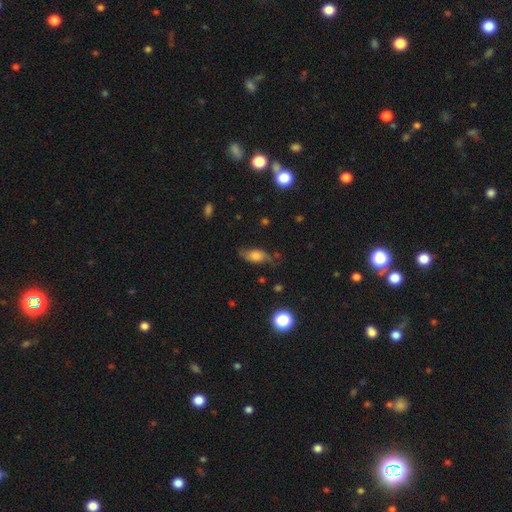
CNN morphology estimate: Q: Smooth or featured?
A: smooth (51%); runner-up: featured or disk (37%)
Q: How rounded?
A: in between (80%); runner-up: cigar-shaped (11%)
Q: Merging?
A: none (62%); runner-up: minor disturbance (25%)